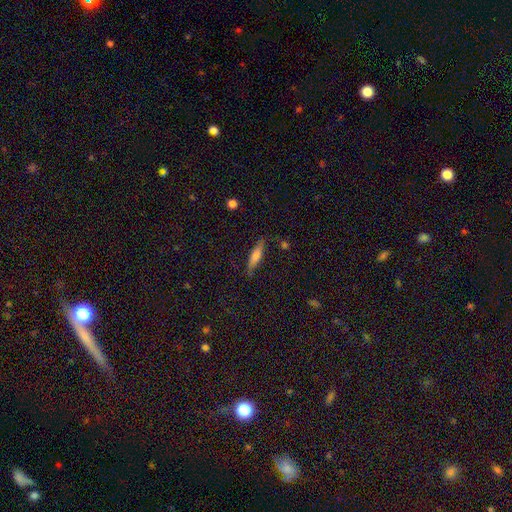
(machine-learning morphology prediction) Smooth or featured? smooth (65%)
How rounded? cigar-shaped (70%)
Merging? none (77%)